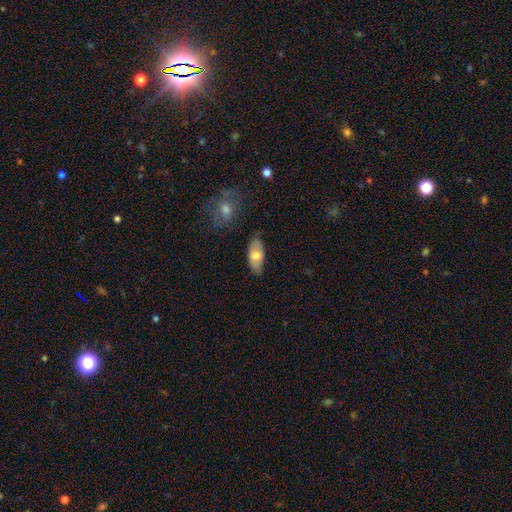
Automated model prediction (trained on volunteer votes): A smooth galaxy with no disk features (69%) that is in between round and cigar-shaped (90%). Merging: none (74%).